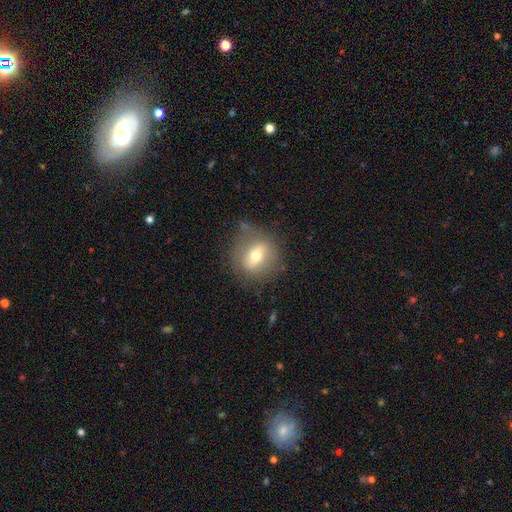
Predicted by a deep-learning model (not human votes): Q: Smooth or featured?
A: smooth (55%); runner-up: featured or disk (36%)
Q: How rounded?
A: round (67%); runner-up: in between (30%)
Q: Merging?
A: none (72%); runner-up: minor disturbance (18%)